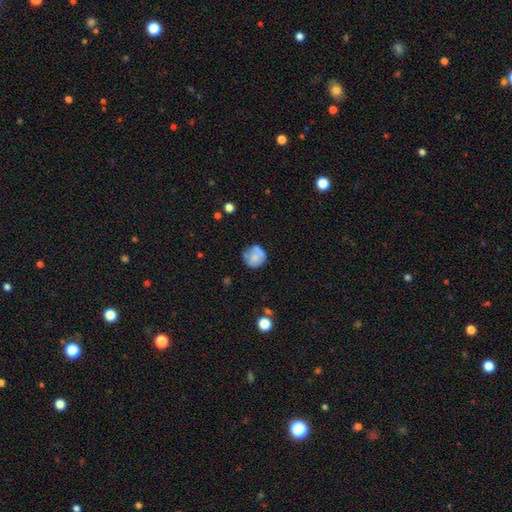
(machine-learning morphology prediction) The model was most divided on "merging": none: 57%, minor disturbance: 27%, major disturbance: 10%, merger: 7%. More confident: how rounded — round (86%); smooth or featured — smooth (67%).